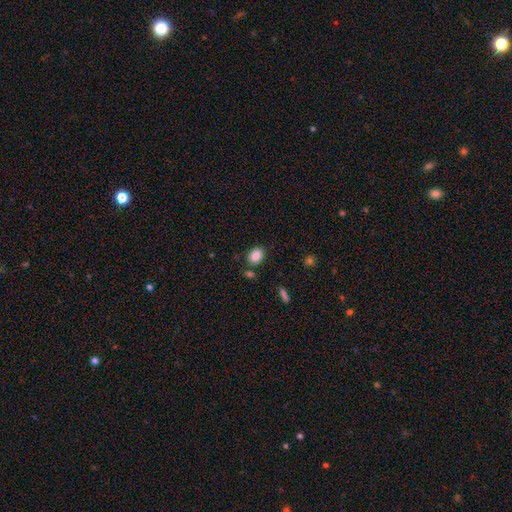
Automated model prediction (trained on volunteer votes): A smooth galaxy with no disk features (87%) that is in between round and cigar-shaped (62%). Merging: none (78%).